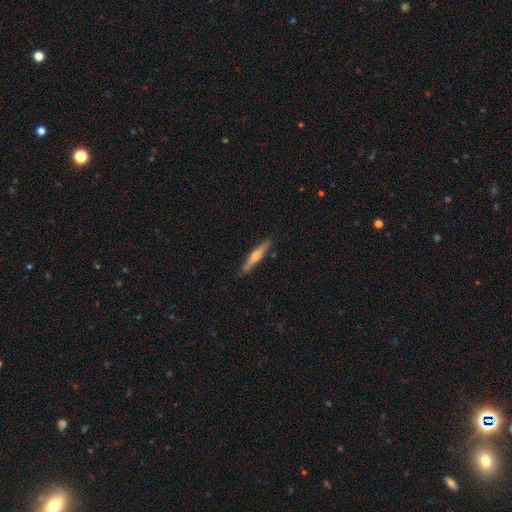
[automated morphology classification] A featured or disk galaxy (53%) viewed edge-on (96%) with a rounded central bulge (82%).

Vote fractions:
- Smooth or featured? featured or disk: 53% / smooth: 41% / star or artifact: 6%
- Edge-on disk? yes: 96% / no: 4%
- Edge-on bulge? rounded: 82% / none: 12% / boxy: 6%
- Merging? none: 88% / minor disturbance: 9% / major disturbance: 2% / merger: 2%